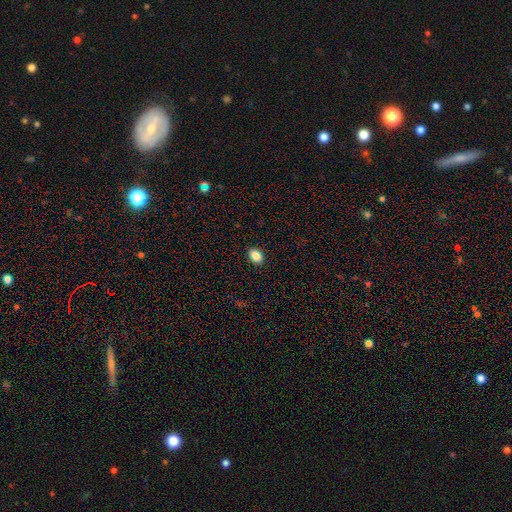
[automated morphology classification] Smooth or featured? Predicted: smooth (p=0.86). How rounded? Predicted: in between (p=0.74). Merging? Predicted: none (p=0.90).